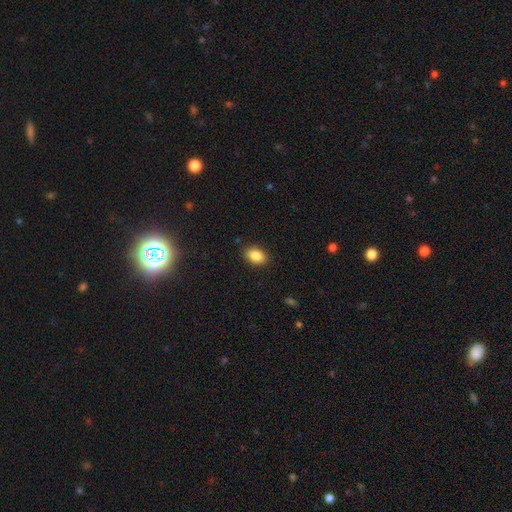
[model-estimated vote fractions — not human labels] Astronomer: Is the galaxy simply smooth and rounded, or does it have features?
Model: smooth — 88%.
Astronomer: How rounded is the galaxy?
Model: in between — 90%.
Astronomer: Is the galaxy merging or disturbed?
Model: none — 88%.